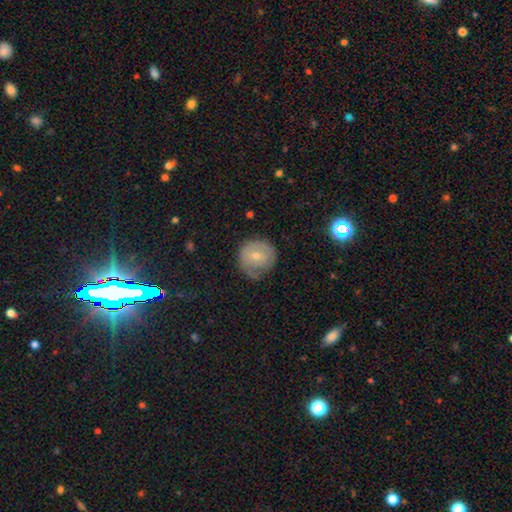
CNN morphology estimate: A smooth galaxy with no disk features (55%) that is round (89%).

Vote fractions:
- Smooth or featured? smooth: 55% / featured or disk: 38% / star or artifact: 8%
- How rounded? round: 89% / in between: 10% / cigar-shaped: 1%
- Merging? none: 60% / minor disturbance: 28% / major disturbance: 11% / merger: 2%